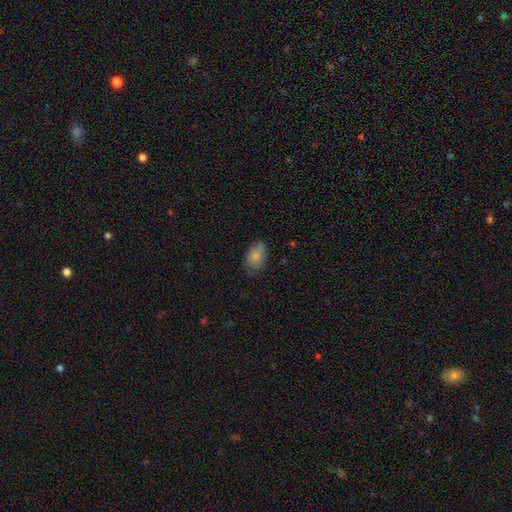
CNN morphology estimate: Smooth or featured? smooth (81%)
How rounded? in between (89%)
Merging? none (65%)